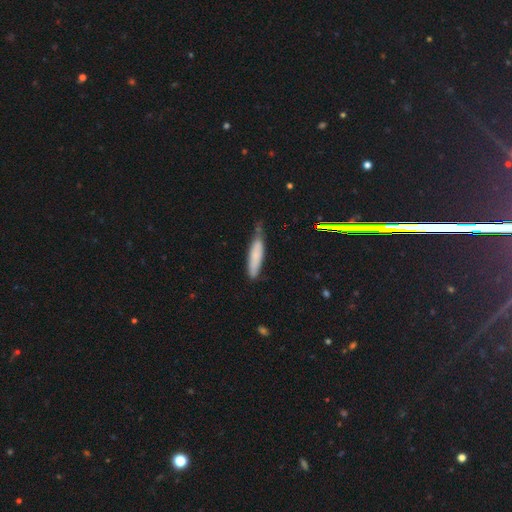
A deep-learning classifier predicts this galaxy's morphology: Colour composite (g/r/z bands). It shows a smooth galaxy with no disk features (73%) that is cigar-shaped (84%). Merging: none (48%).